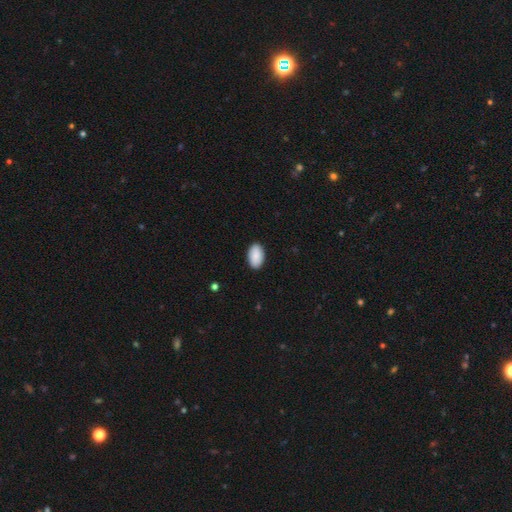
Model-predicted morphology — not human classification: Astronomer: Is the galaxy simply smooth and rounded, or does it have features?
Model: smooth — 91%.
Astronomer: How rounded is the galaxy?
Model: in between — 95%.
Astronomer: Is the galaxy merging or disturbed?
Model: none — 90%.